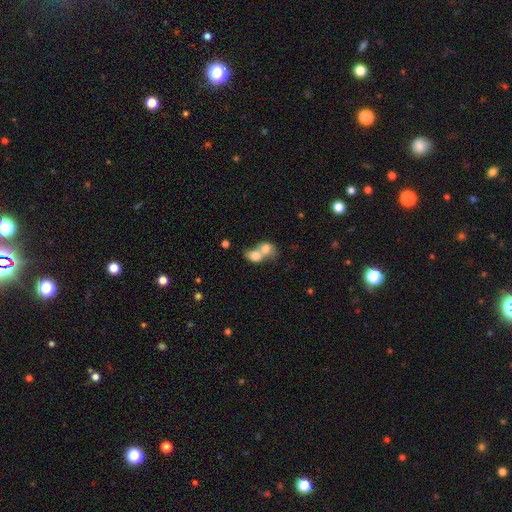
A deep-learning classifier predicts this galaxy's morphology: Smooth or featured? smooth (73%)
How rounded? round (50%)
Merging? merger (79%)